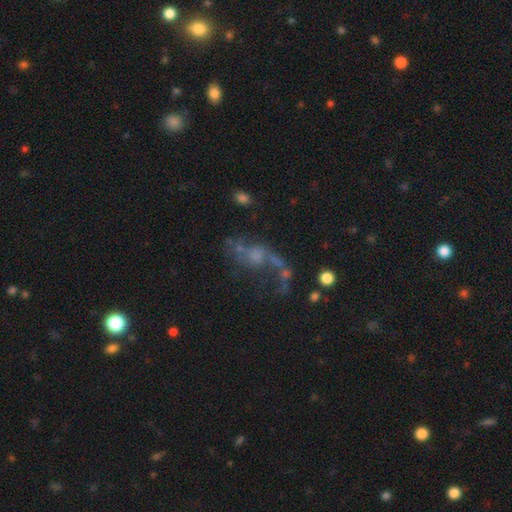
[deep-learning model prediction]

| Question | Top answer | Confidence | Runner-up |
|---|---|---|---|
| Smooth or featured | featured or disk | 54% | smooth (26%) |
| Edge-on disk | no | 95% | yes (5%) |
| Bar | no | 76% | weak (19%) |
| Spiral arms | yes | 51% | no (49%) |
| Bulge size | none | 44% | small (27%) |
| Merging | major disturbance | 36% | none (31%) |